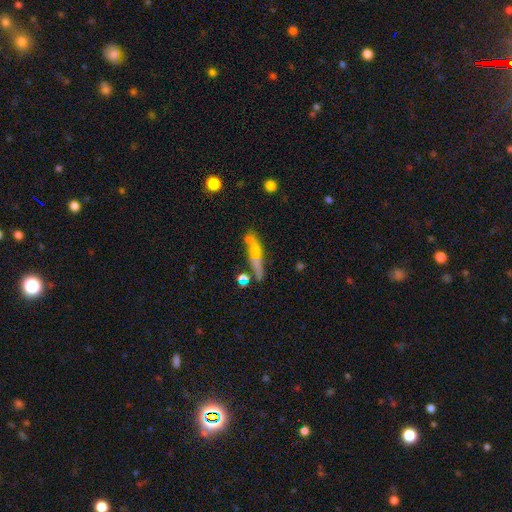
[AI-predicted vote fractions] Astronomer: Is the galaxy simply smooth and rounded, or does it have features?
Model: smooth — 49% (runner-up: featured or disk, 39%).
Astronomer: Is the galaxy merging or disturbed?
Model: none — 50%.